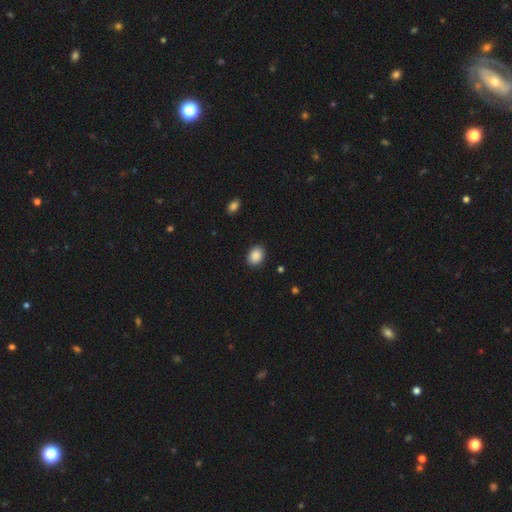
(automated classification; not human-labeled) A smooth galaxy with no disk features (89%) that is in between round and cigar-shaped (69%). Merging: none (89%).